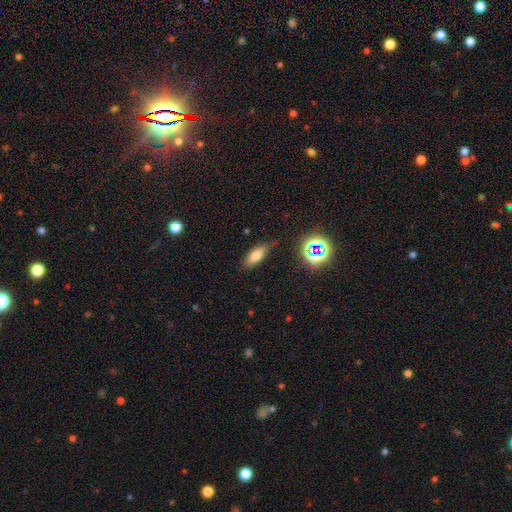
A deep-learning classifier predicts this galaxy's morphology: A smooth galaxy with no disk features (70%) that is in between round and cigar-shaped (68%).

Vote fractions:
- Smooth or featured? smooth: 70% / featured or disk: 15% / star or artifact: 14%
- How rounded? in between: 68% / cigar-shaped: 28% / round: 4%
- Merging? none: 74% / minor disturbance: 19% / major disturbance: 4% / merger: 3%